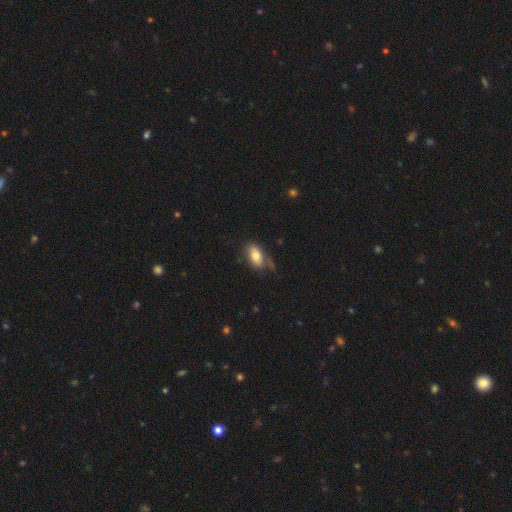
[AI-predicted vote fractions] A smooth galaxy with no disk features (77%) that is in between round and cigar-shaped (91%).

Vote fractions:
- Smooth or featured? smooth: 77% / featured or disk: 16% / star or artifact: 7%
- How rounded? in between: 91% / round: 6% / cigar-shaped: 3%
- Merging? none: 59% / minor disturbance: 25% / major disturbance: 10% / merger: 6%